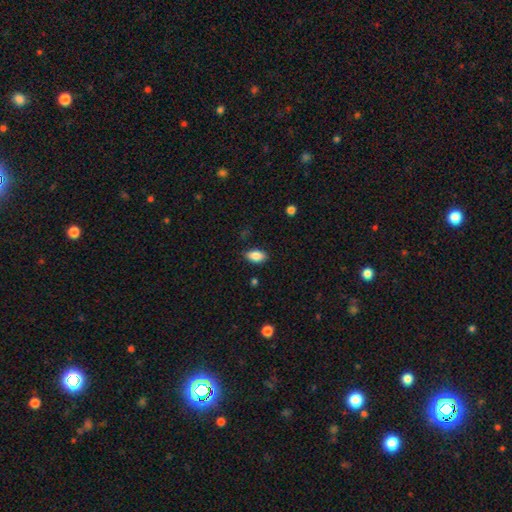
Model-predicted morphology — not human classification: smooth-or-featured: smooth: 86% | star or artifact: 8% | featured or disk: 6%
  how-rounded: in between: 92% | round: 6% | cigar-shaped: 3%
  merging: none: 82% | minor disturbance: 14% | major disturbance: 3% | merger: 1%